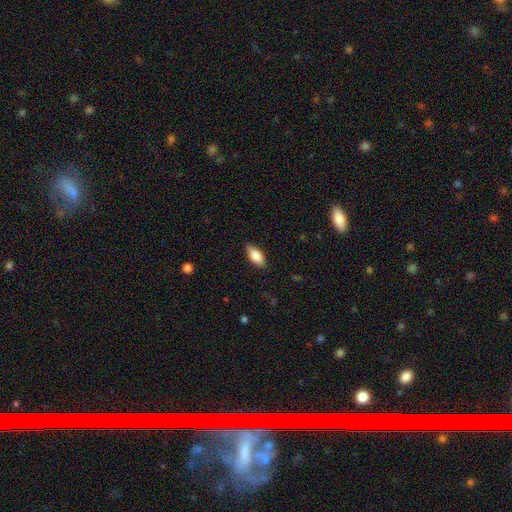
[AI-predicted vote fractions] Smooth or featured?
  - smooth: 76% *
  - featured or disk: 17%
  - star or artifact: 7%
How rounded?
  - in between: 82% *
  - cigar-shaped: 15%
  - round: 3%
Merging?
  - none: 84% *
  - minor disturbance: 12%
  - major disturbance: 2%
  - merger: 1%